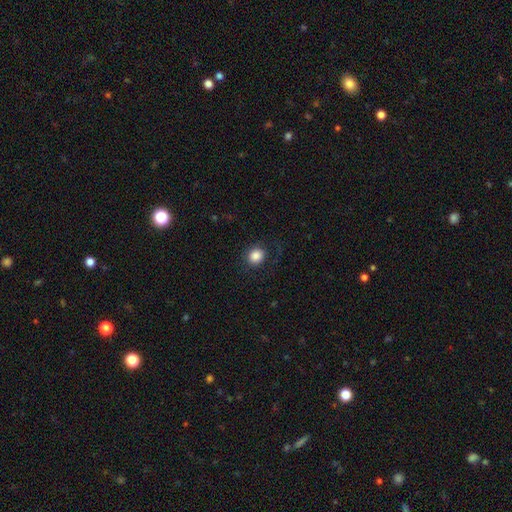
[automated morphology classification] smooth_or_featured: smooth (p=0.86) [alt: star or artifact p=0.09]
how_rounded: round (p=0.80) [alt: in between p=0.19]
merging: none (p=0.84) [alt: minor disturbance p=0.10]